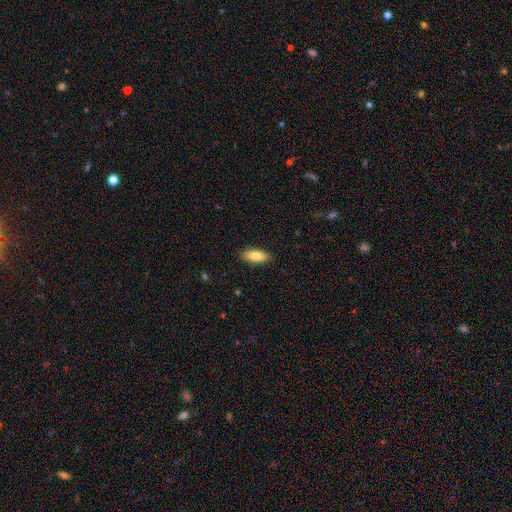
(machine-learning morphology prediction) Q: Smooth or featured?
A: smooth (82%); runner-up: featured or disk (11%)
Q: How rounded?
A: in between (74%); runner-up: cigar-shaped (25%)
Q: Merging?
A: none (88%); runner-up: minor disturbance (9%)